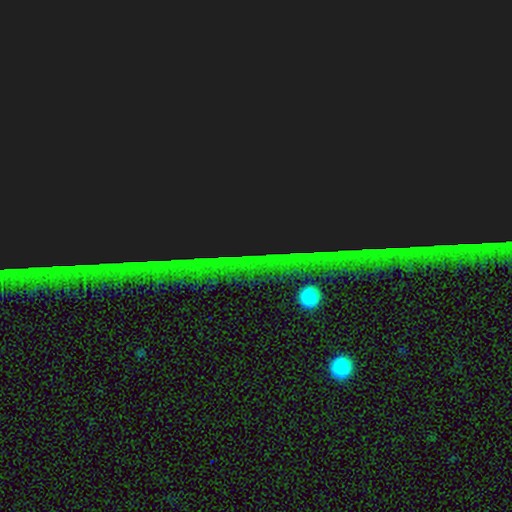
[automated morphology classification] Smooth or featured?
  - star or artifact: 80% *
  - smooth: 11%
  - featured or disk: 9%